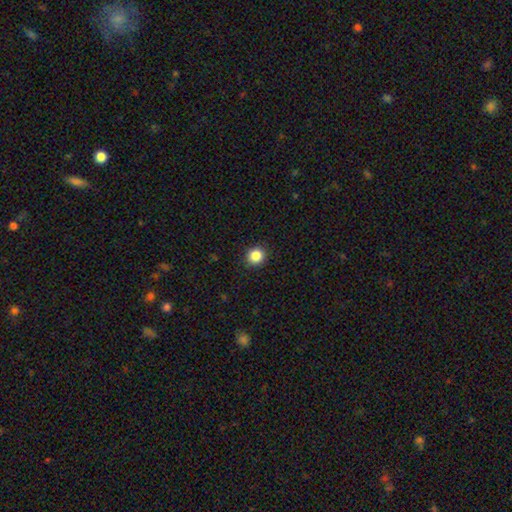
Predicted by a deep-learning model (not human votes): Morphology: type=smooth (86%); roundness=round (89%); merging=none (92%).